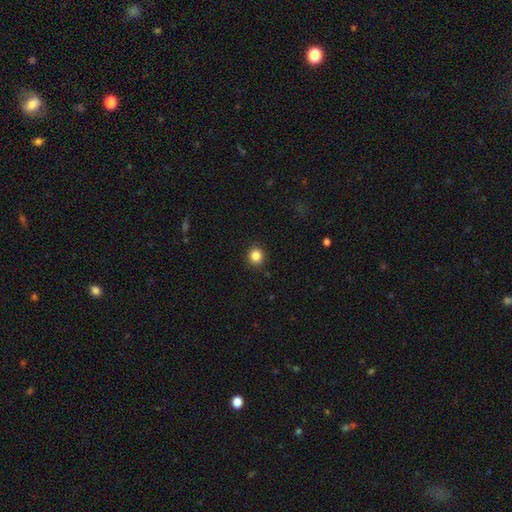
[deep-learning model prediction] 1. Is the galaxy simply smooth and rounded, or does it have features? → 85% smooth, 11% star or artifact, 4% featured or disk.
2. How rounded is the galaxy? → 87% round, 12% in between, 1% cigar-shaped.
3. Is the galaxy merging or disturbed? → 90% none, 7% minor disturbance, 2% major disturbance, 1% merger.